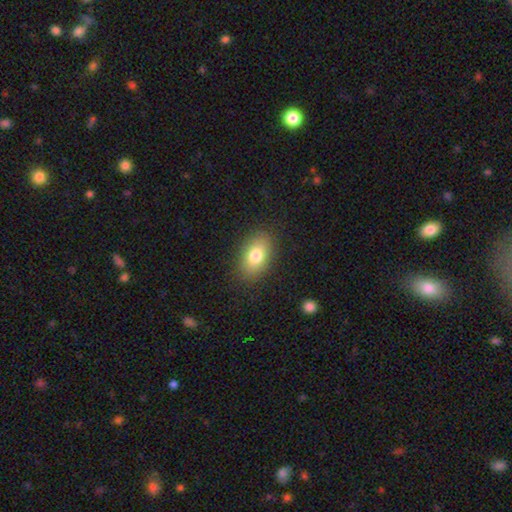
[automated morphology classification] smooth 78%, featured or disk 13%, star or artifact 9%. Down the decision tree: how rounded — in between (87%); merging — none (86%).